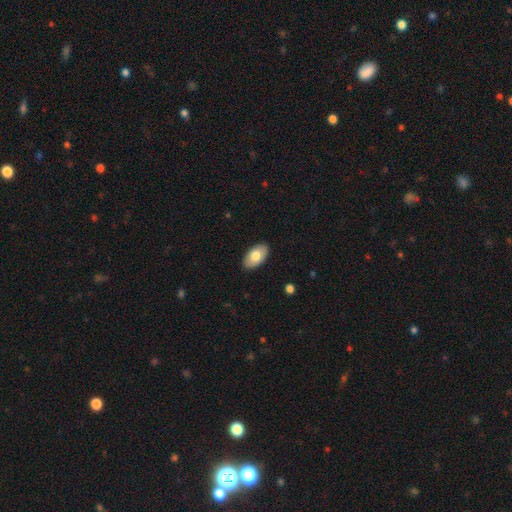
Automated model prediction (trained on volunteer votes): A smooth galaxy with no disk features (75%) that is in between round and cigar-shaped (95%). Merging: none (88%).